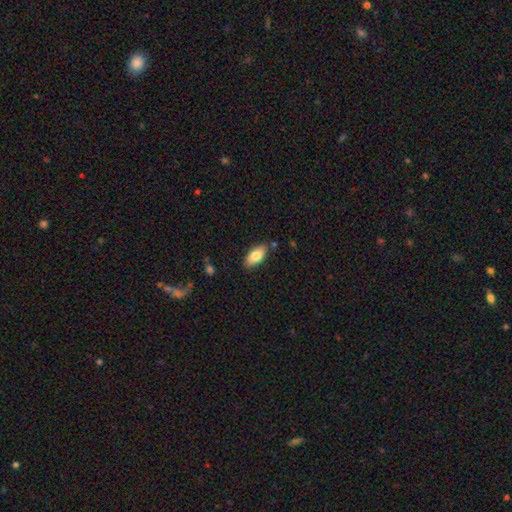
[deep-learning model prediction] Smooth or featured: smooth — 82% (featured or disk — 11%)
How rounded: in between — 92% (cigar-shaped — 5%)
Merging: none — 83% (minor disturbance — 12%)